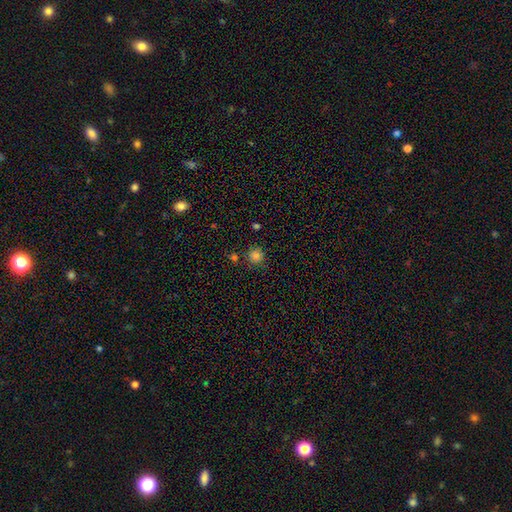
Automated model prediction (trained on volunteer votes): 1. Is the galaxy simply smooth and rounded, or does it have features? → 81% smooth, 14% star or artifact, 5% featured or disk.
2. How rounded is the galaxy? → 94% round, 5% in between, 1% cigar-shaped.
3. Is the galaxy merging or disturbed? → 83% none, 9% minor disturbance, 6% merger, 3% major disturbance.